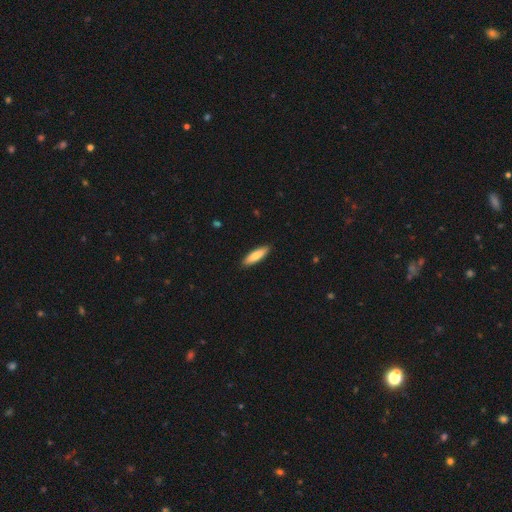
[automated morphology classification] Smooth or featured: smooth — 80% (featured or disk — 15%)
How rounded: cigar-shaped — 66% (in between — 32%)
Merging: none — 90% (minor disturbance — 7%)